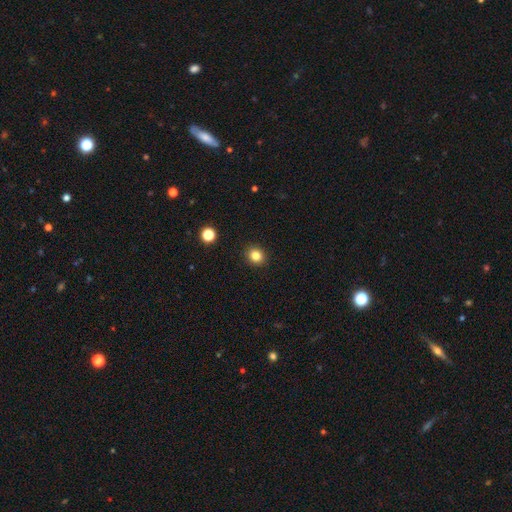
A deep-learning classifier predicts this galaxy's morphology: Q: Smooth or featured?
A: smooth (82%); runner-up: star or artifact (13%)
Q: How rounded?
A: round (80%); runner-up: in between (19%)
Q: Merging?
A: none (92%); runner-up: minor disturbance (5%)